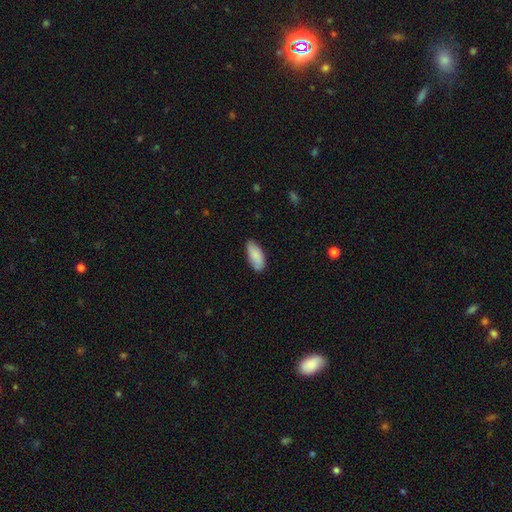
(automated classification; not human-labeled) Q: Smooth or featured?
A: smooth (86%); runner-up: featured or disk (8%)
Q: How rounded?
A: in between (88%); runner-up: cigar-shaped (11%)
Q: Merging?
A: none (80%); runner-up: minor disturbance (16%)